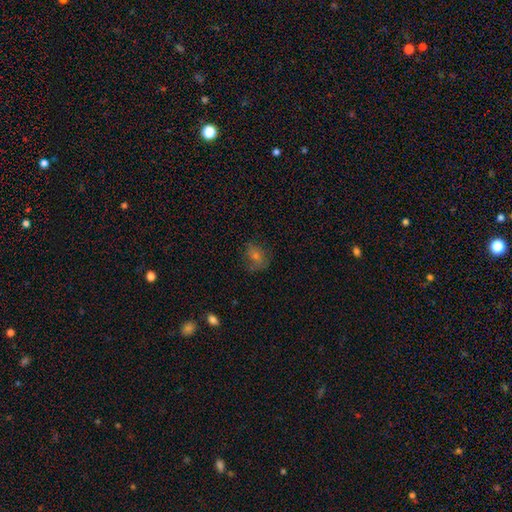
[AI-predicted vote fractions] A smooth galaxy with no disk features (44%). Merging: none (64%).